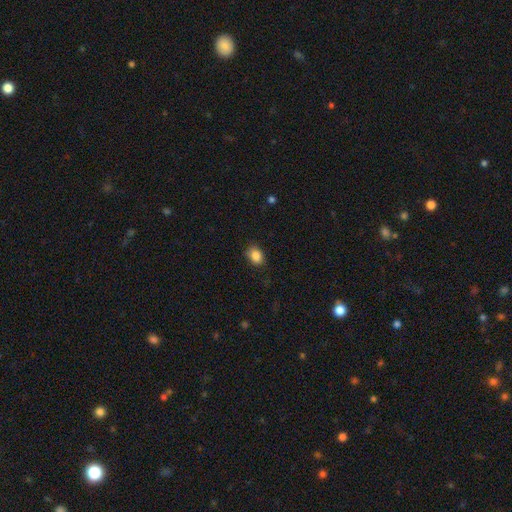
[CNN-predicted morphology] type=smooth (86%); roundness=in between (68%); merging=none (80%).